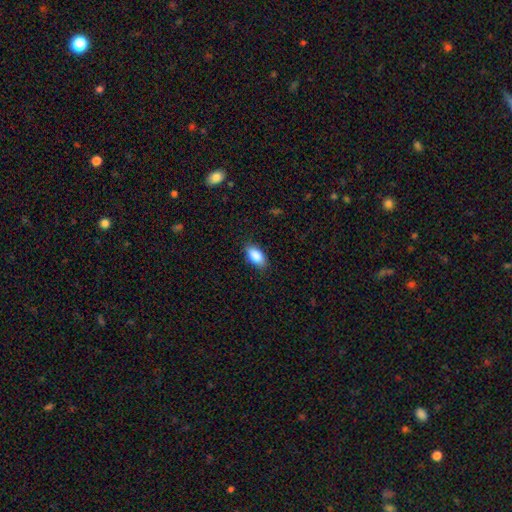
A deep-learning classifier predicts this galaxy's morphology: This is clearly a smooth galaxy (89%). How rounded: clearly in between (92%). Merging: clearly none (86%).